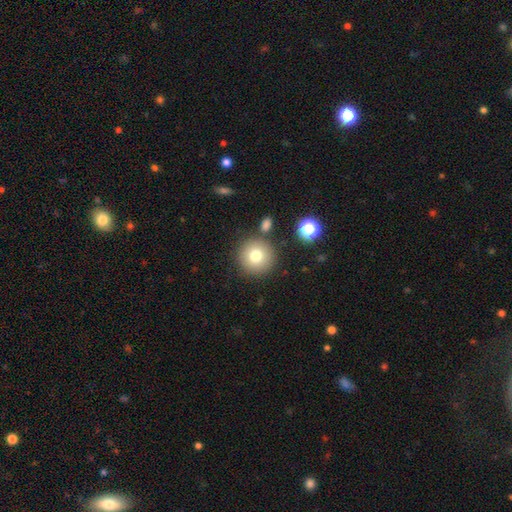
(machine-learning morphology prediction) This is likely a smooth galaxy (77%). How rounded: clearly round (95%). Merging: clearly none (83%).